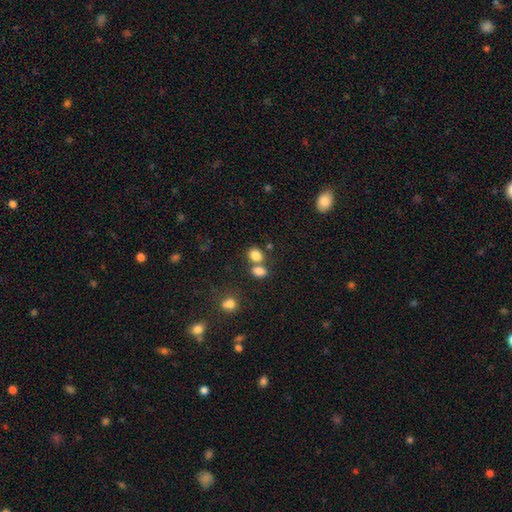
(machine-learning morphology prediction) A smooth galaxy with no disk features (82%) that is in between round and cigar-shaped (55%). Merging: none (49%).